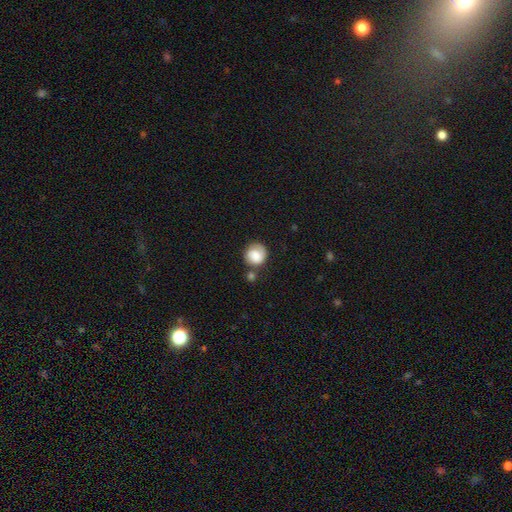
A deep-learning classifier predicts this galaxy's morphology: smooth 76%, featured or disk 17%, star or artifact 8%. Down the decision tree: how rounded — round (87%); merging — none (60%).